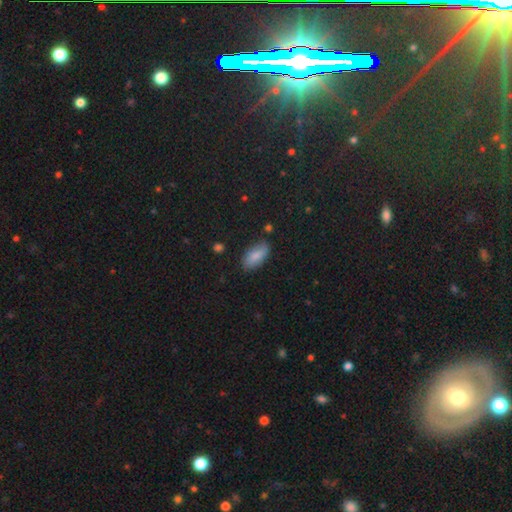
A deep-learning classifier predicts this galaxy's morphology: A smooth galaxy with no disk features (84%) that is in between round and cigar-shaped (90%).

Vote fractions:
- Smooth or featured? smooth: 84% / featured or disk: 9% / star or artifact: 7%
- How rounded? in between: 90% / cigar-shaped: 8% / round: 2%
- Merging? none: 82% / minor disturbance: 14% / major disturbance: 3% / merger: 2%